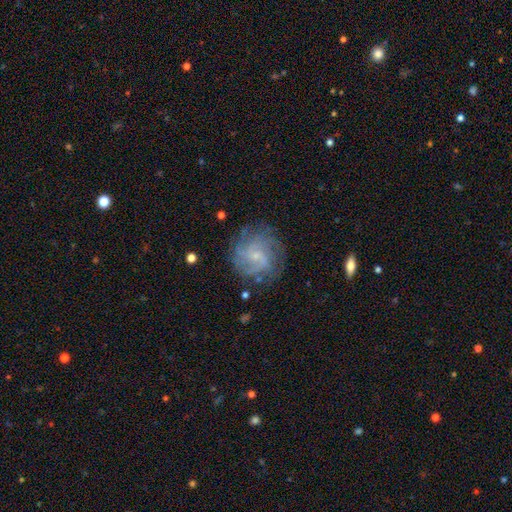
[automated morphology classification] Smooth or featured? featured or disk (76%)
Edge-on disk? no (98%)
Bar? no (55%)
Spiral arms? yes (92%)
Spiral winding? medium (41%)
Spiral arm count? can't tell (34%)
Bulge size? small (74%)
Merging? none (74%)